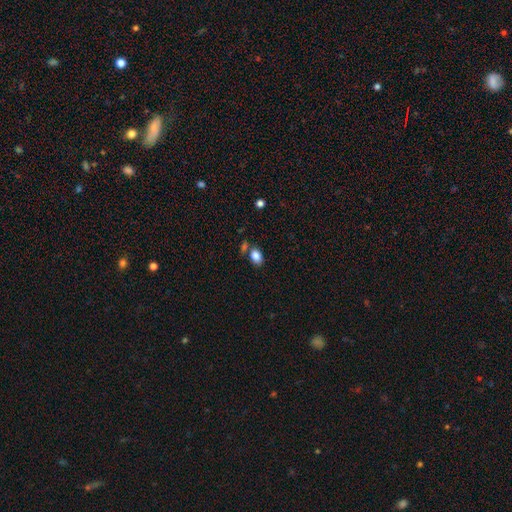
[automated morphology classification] Overall: smooth (85%). How rounded: in between (80%). Merging: none (65%).